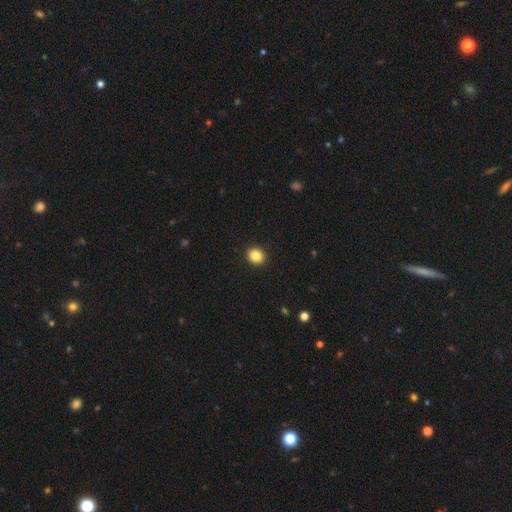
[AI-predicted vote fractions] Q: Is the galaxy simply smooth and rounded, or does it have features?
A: smooth — 86%.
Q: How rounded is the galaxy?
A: round — 69%.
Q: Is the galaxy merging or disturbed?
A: none — 92%.